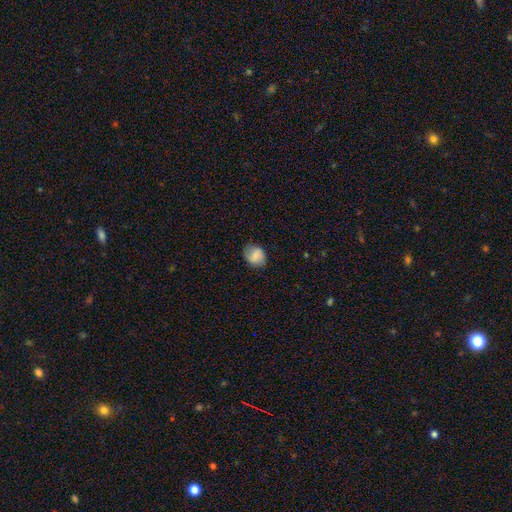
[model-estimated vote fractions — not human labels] smooth_or_featured: smooth (p=0.81) [alt: featured or disk p=0.11]
how_rounded: round (p=0.64) [alt: in between p=0.35]
merging: none (p=0.76) [alt: minor disturbance p=0.18]